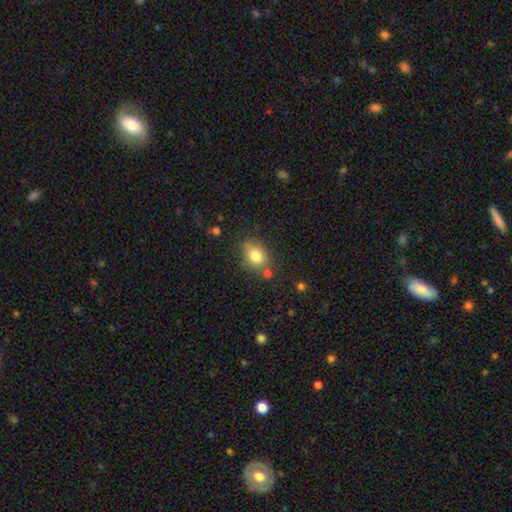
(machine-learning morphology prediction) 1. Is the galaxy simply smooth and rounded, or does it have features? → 80% smooth, 10% featured or disk, 10% star or artifact.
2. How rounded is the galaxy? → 59% in between, 40% round, 1% cigar-shaped.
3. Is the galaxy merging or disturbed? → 68% none, 17% minor disturbance, 10% merger, 4% major disturbance.